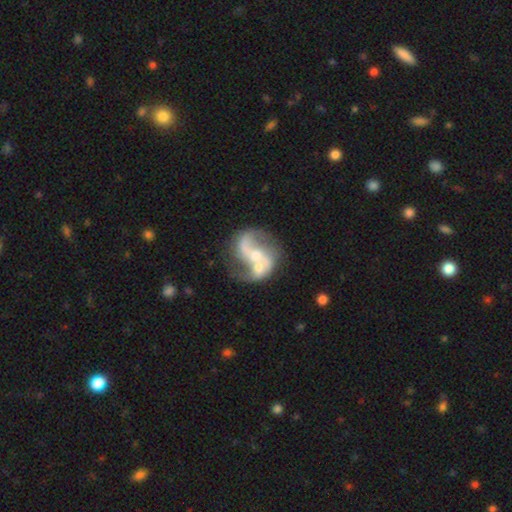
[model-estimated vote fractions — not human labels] Smooth or featured? Predicted: featured or disk (p=0.82). Edge-on disk? Predicted: no (p=0.98). Bar? Predicted: no (p=0.52). Spiral arms? Predicted: yes (p=0.89). Spiral winding? Predicted: loose (p=0.51). Spiral arm count? Predicted: 2 (p=0.84). Bulge size? Predicted: moderate (p=0.48). Merging? Predicted: merger (p=0.38).